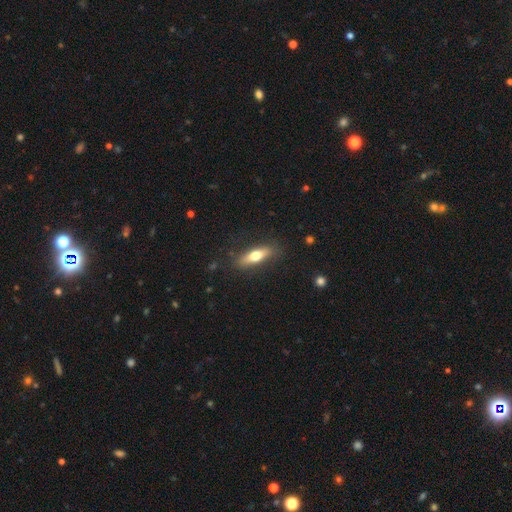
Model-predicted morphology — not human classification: This is likely a smooth galaxy (63%). How rounded: possibly cigar-shaped (53%). Merging: clearly none (84%).